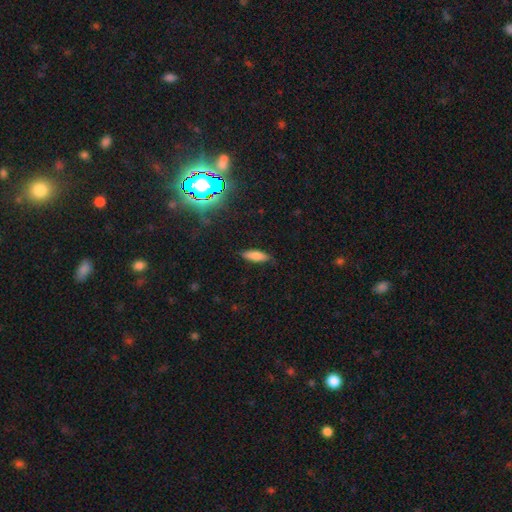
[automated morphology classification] Smooth or featured? smooth (76%)
How rounded? in between (52%)
Merging? none (84%)